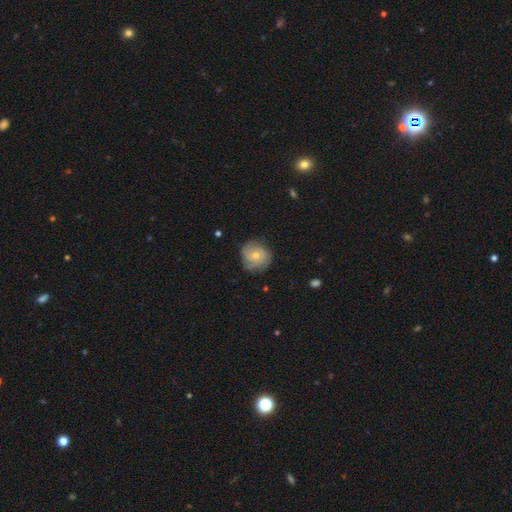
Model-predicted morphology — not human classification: Smooth or featured?
  - featured or disk: 48% *
  - smooth: 44%
  - star or artifact: 8%
Merging?
  - none: 72% *
  - minor disturbance: 21%
  - major disturbance: 5%
  - merger: 1%